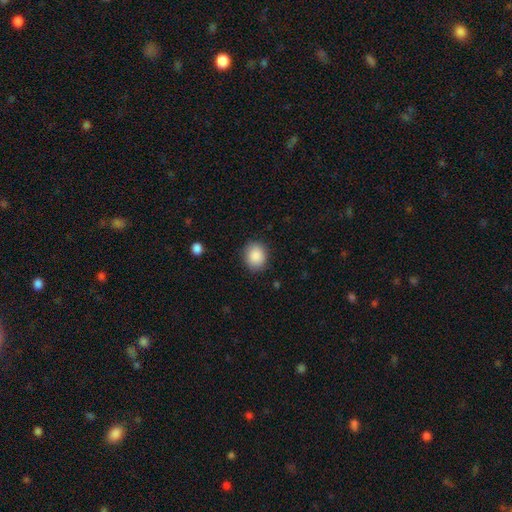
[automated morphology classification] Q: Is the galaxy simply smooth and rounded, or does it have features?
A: smooth — 89%.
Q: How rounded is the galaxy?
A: round — 57%.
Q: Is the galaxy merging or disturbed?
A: none — 87%.